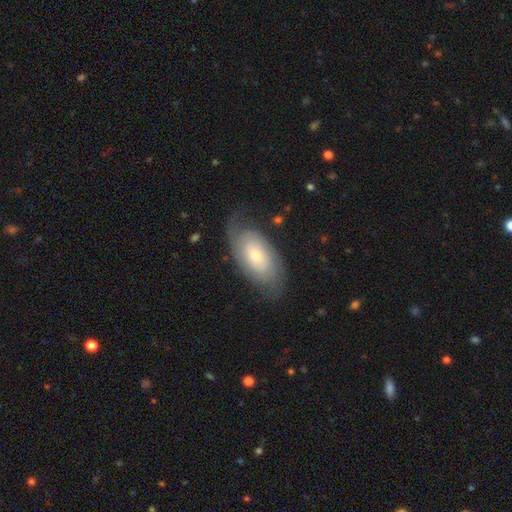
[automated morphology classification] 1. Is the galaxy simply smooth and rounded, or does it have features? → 58% featured or disk, 35% smooth, 7% star or artifact.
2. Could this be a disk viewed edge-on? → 92% no, 8% yes.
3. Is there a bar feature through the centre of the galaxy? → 72% no, 24% weak, 5% strong.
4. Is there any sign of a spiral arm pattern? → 86% yes, 14% no.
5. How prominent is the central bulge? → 48% moderate, 39% small, 9% large, 2% none, 2% dominant.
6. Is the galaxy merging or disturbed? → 69% none, 20% minor disturbance, 10% major disturbance, 1% merger.